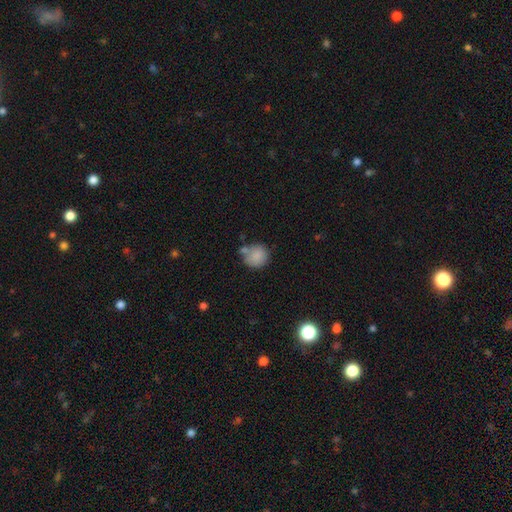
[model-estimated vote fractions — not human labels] Morphology: type=smooth (85%); roundness=round (87%); merging=none (58%).